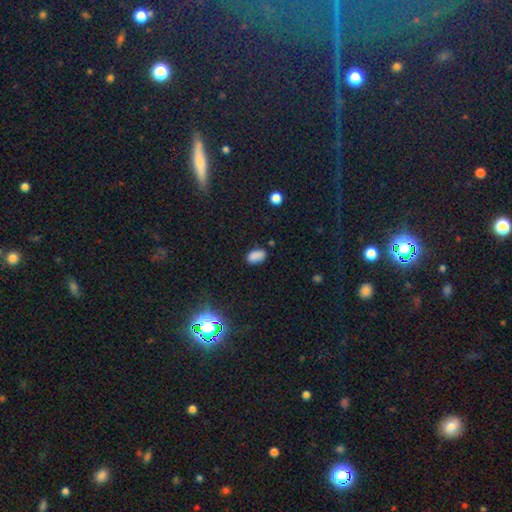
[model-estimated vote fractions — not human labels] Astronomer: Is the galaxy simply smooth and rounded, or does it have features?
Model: smooth — 83%.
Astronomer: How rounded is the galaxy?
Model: in between — 92%.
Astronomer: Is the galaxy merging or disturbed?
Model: none — 80%.